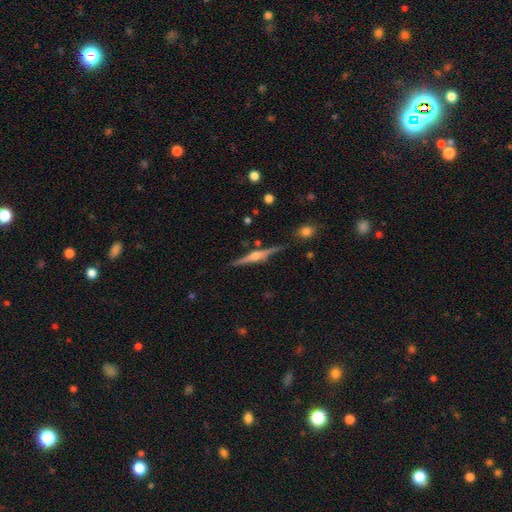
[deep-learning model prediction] This appears to be a featured or disk galaxy (79%) viewed edge-on (98%) with a rounded central bulge (89%). Merging: none (85%).